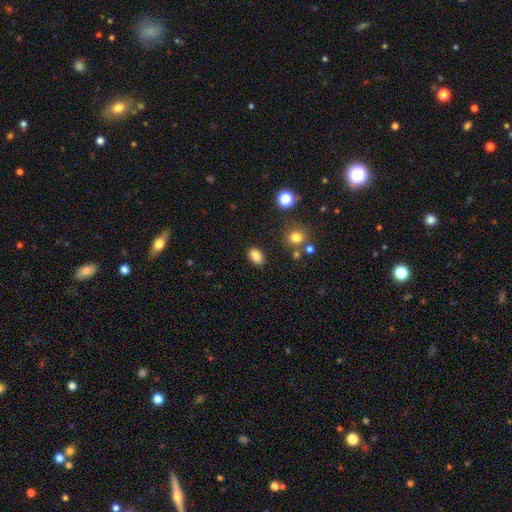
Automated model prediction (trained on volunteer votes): smooth_or_featured: smooth (p=0.85) [alt: star or artifact p=0.11]
how_rounded: in between (p=0.84) [alt: round p=0.14]
merging: none (p=0.84) [alt: minor disturbance p=0.10]